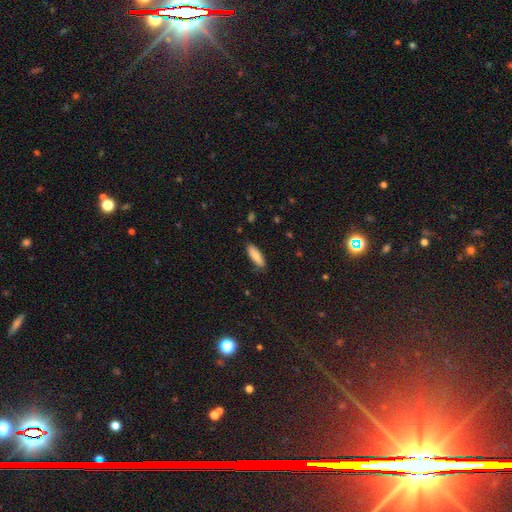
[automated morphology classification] Overall: smooth (83%). How rounded: in between (50%; cigar-shaped 48%). Merging: none (86%).